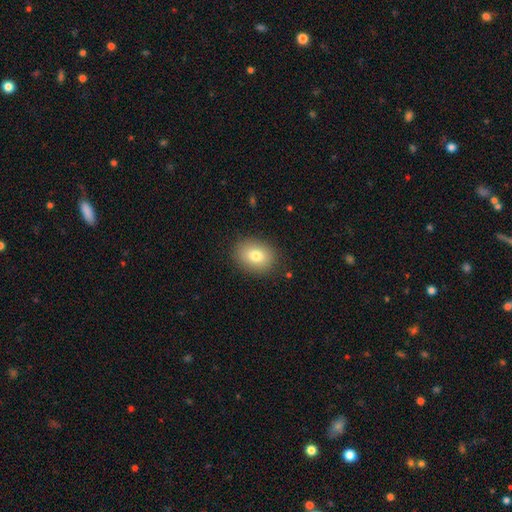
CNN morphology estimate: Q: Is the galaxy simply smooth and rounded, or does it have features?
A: smooth — 79%.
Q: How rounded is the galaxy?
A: in between — 63%.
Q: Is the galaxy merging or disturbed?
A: none — 87%.